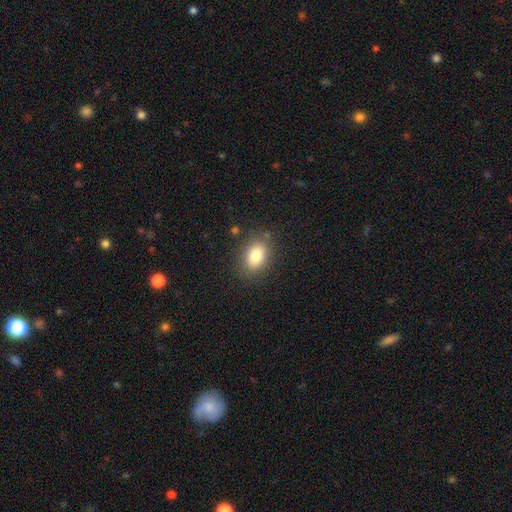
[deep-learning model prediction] Smooth or featured: smooth — 80% (featured or disk — 10%)
How rounded: in between — 78% (round — 20%)
Merging: none — 83% (minor disturbance — 11%)